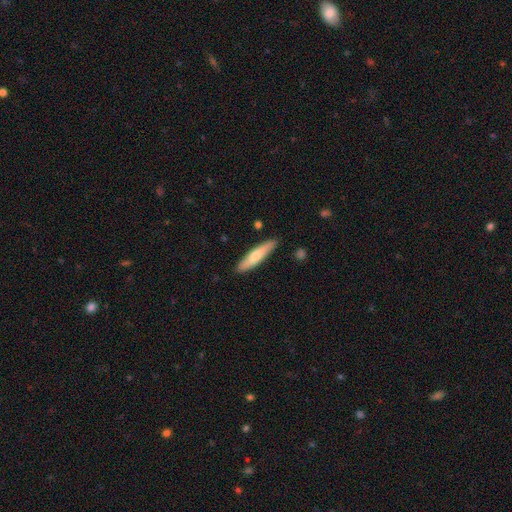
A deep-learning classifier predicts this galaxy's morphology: A smooth galaxy with no disk features (65%) that is cigar-shaped (81%).

Vote fractions:
- Smooth or featured? smooth: 65% / featured or disk: 30% / star or artifact: 5%
- How rounded? cigar-shaped: 81% / in between: 18% / round: 2%
- Merging? none: 88% / minor disturbance: 9% / major disturbance: 2% / merger: 1%